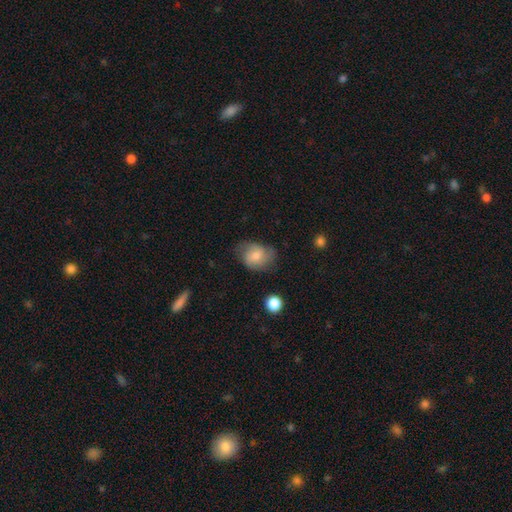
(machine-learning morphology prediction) smooth 57%, featured or disk 35%, star or artifact 8%. Down the decision tree: how rounded — in between (58%); merging — none (58%).